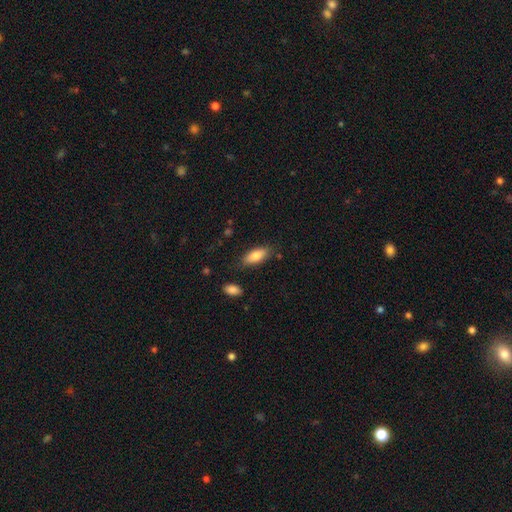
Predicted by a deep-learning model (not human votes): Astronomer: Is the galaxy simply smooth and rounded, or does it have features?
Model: smooth — 82%.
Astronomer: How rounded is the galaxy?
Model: in between — 78%.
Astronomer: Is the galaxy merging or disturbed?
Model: none — 81%.